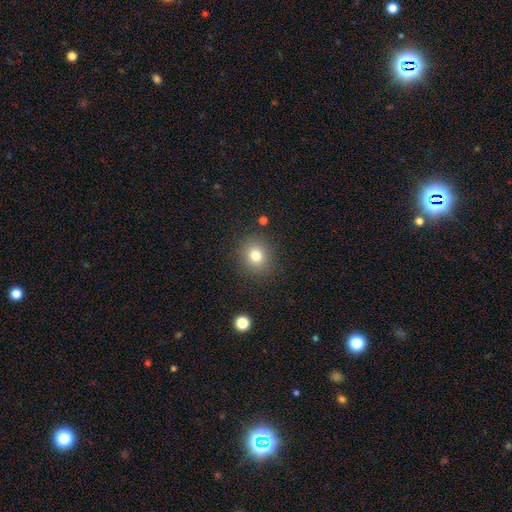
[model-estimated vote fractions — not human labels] This is likely a smooth galaxy (78%). How rounded: likely round (79%). Merging: clearly none (87%).